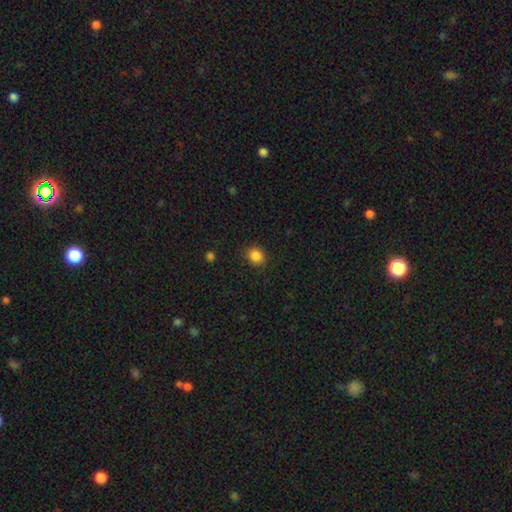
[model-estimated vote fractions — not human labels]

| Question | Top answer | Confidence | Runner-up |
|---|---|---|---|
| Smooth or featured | smooth | 86% | star or artifact (10%) |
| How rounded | round | 68% | in between (31%) |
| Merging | none | 89% | minor disturbance (8%) |